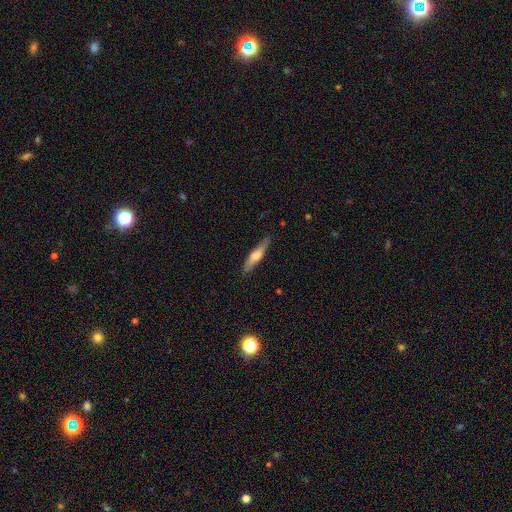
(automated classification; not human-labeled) Smooth or featured: smooth — 49% (featured or disk — 46%)
Merging: none — 84% (minor disturbance — 12%)